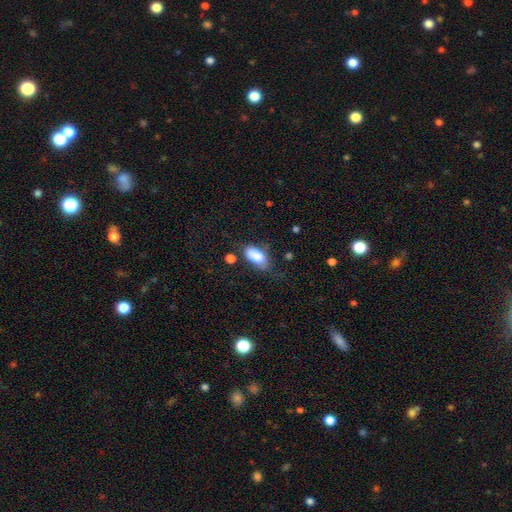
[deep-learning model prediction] A smooth galaxy with no disk features (83%) that is in between round and cigar-shaped (89%).

Vote fractions:
- Smooth or featured? smooth: 83% / featured or disk: 10% / star or artifact: 7%
- How rounded? in between: 89% / cigar-shaped: 8% / round: 3%
- Merging? none: 51% / minor disturbance: 29% / major disturbance: 14% / merger: 6%